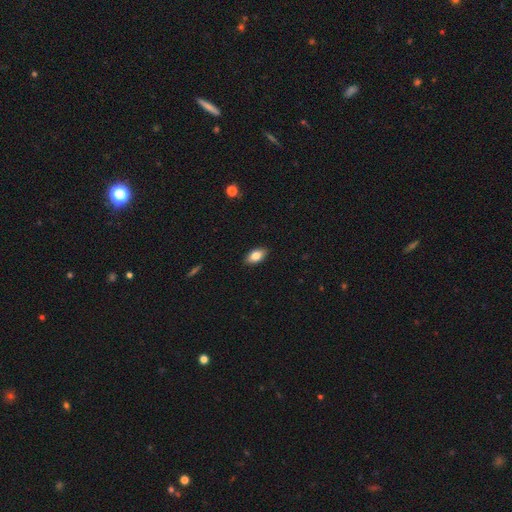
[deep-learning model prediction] This appears to be a smooth galaxy with no disk features (81%) that is in between round and cigar-shaped (91%). Merging: none (89%).